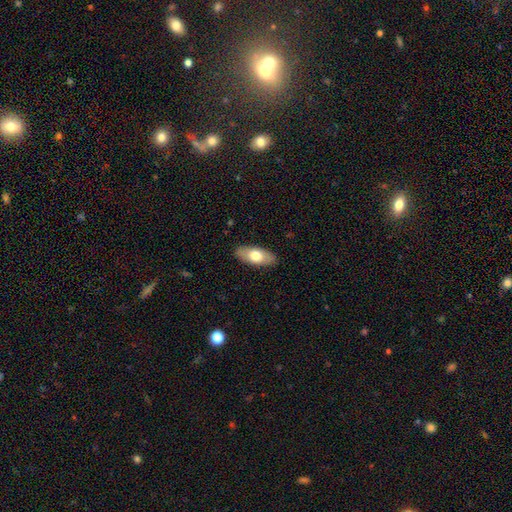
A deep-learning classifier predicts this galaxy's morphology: smooth_or_featured: smooth (p=0.69) [alt: featured or disk p=0.26]
how_rounded: in between (p=0.88) [alt: cigar-shaped p=0.10]
merging: none (p=0.88) [alt: minor disturbance p=0.09]